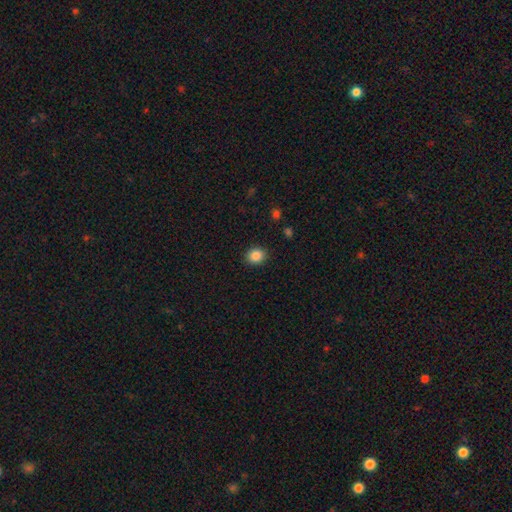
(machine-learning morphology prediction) This appears to be a smooth galaxy with no disk features (86%) that is round (69%). Merging: none (90%).